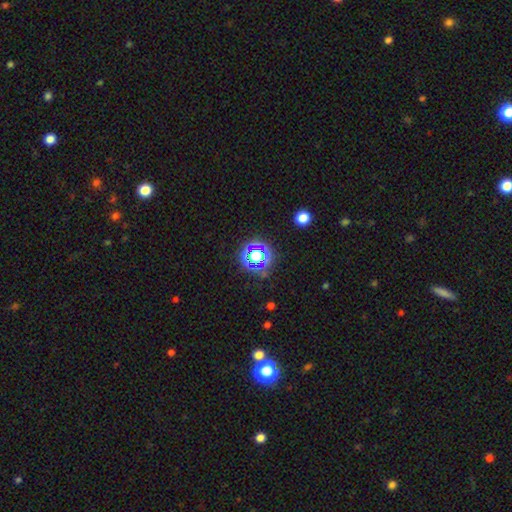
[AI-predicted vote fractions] Smooth or featured? Predicted: star or artifact (p=0.62).